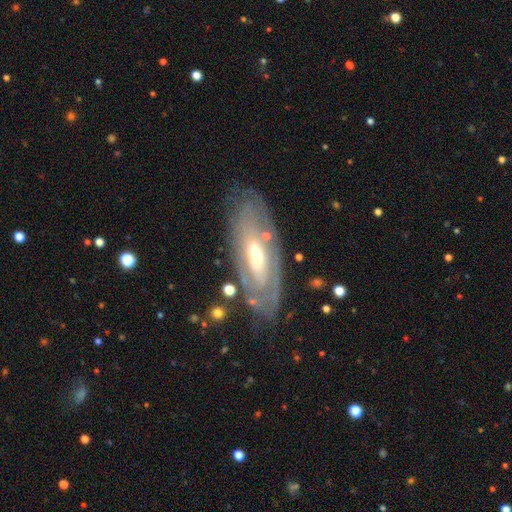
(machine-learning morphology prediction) Q: Smooth or featured?
A: featured or disk (76%); runner-up: smooth (18%)
Q: Edge-on disk?
A: no (84%); runner-up: yes (16%)
Q: Bar?
A: no (54%); runner-up: weak (32%)
Q: Spiral arms?
A: yes (65%); runner-up: no (35%)
Q: Bulge size?
A: moderate (58%); runner-up: small (32%)
Q: Merging?
A: none (77%); runner-up: minor disturbance (15%)